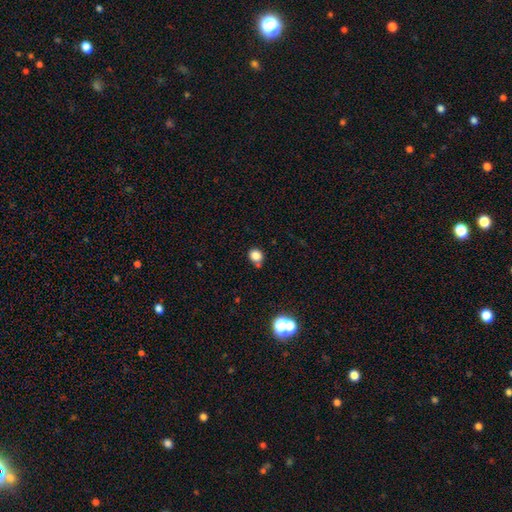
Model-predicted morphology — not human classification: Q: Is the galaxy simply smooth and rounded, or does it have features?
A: smooth — 82%.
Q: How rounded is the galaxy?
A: round — 74%.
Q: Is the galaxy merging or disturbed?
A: none — 65%.